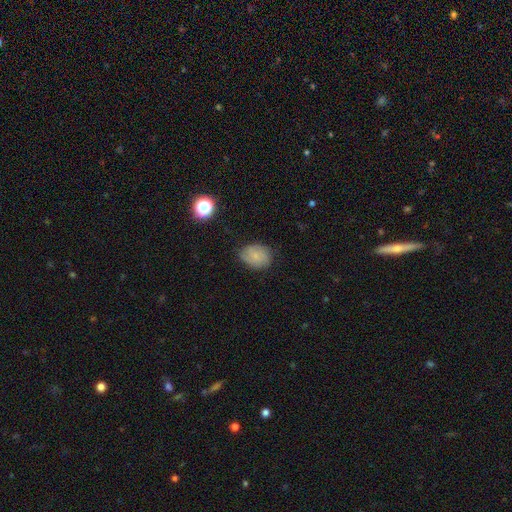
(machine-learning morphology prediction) smooth 55%, featured or disk 34%, star or artifact 11%. Down the decision tree: how rounded — in between (62%); merging — none (70%).